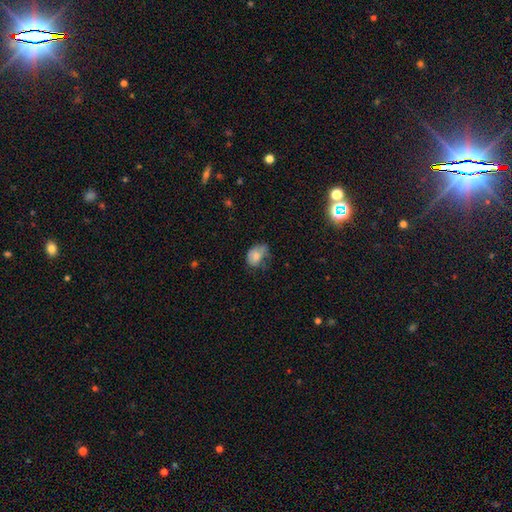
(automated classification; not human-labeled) Smooth or featured?
  - smooth: 76% *
  - featured or disk: 15%
  - star or artifact: 9%
How rounded?
  - in between: 75% *
  - round: 24%
  - cigar-shaped: 1%
Merging?
  - minor disturbance: 39% *
  - none: 33%
  - major disturbance: 24%
  - merger: 3%